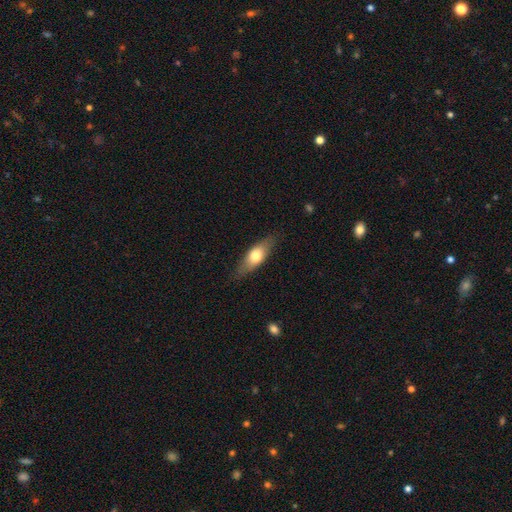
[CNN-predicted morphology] Smooth or featured? Predicted: smooth (p=0.62). How rounded? Predicted: in between (p=0.62). Merging? Predicted: none (p=0.83).